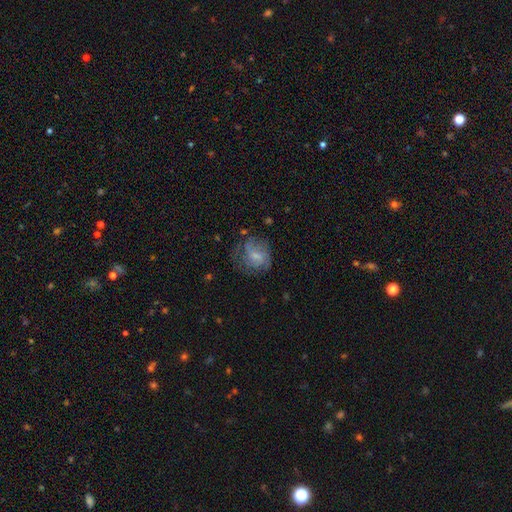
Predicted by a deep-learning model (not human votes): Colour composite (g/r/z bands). It shows a featured or disk galaxy (50%). Merging: none (52%).